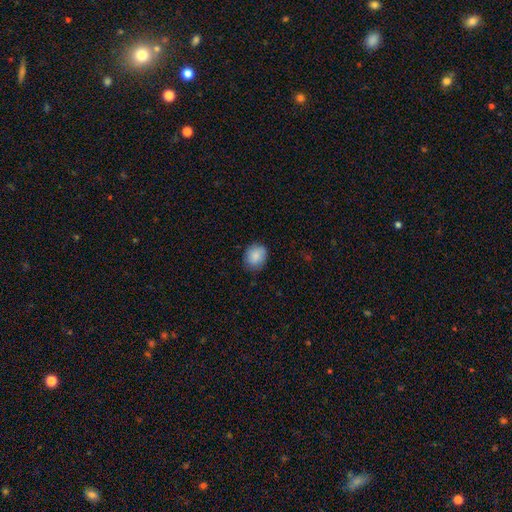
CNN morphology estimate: A smooth galaxy with no disk features (87%) that is round (66%). Merging: none (81%).